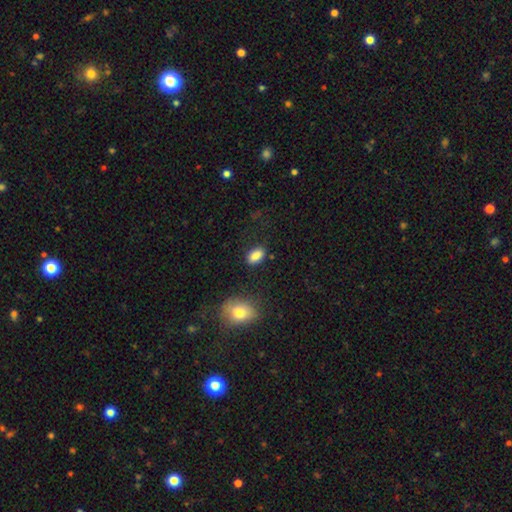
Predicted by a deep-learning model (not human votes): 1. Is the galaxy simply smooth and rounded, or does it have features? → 86% smooth, 9% star or artifact, 5% featured or disk.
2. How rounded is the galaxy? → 90% in between, 8% round, 3% cigar-shaped.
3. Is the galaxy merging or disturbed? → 83% none, 12% minor disturbance, 3% major disturbance, 2% merger.